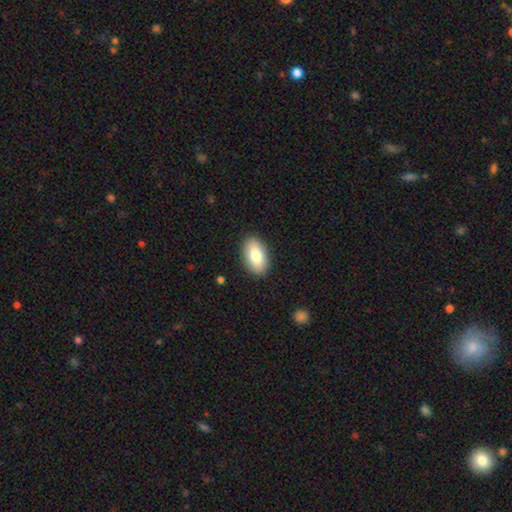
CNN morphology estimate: This is likely a smooth galaxy (79%). How rounded: clearly in between (93%). Merging: clearly none (89%).